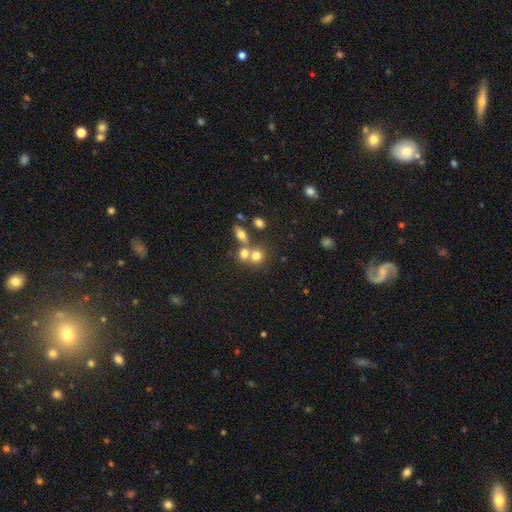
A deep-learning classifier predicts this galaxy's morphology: Smooth or featured?
  - smooth: 73% *
  - star or artifact: 14%
  - featured or disk: 14%
How rounded?
  - round: 79% *
  - in between: 20%
  - cigar-shaped: 1%
Merging?
  - none: 44% * (tied)
  - merger: 44% * (tied)
  - minor disturbance: 8%
  - major disturbance: 4%